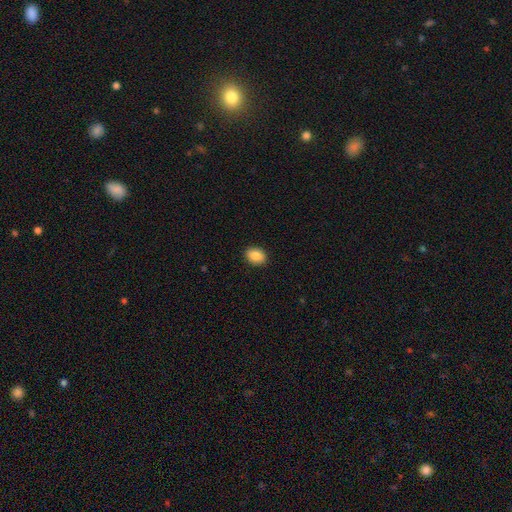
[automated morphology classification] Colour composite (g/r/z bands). It shows a smooth galaxy with no disk features (88%) that is in between round and cigar-shaped (68%). Merging: none (91%).